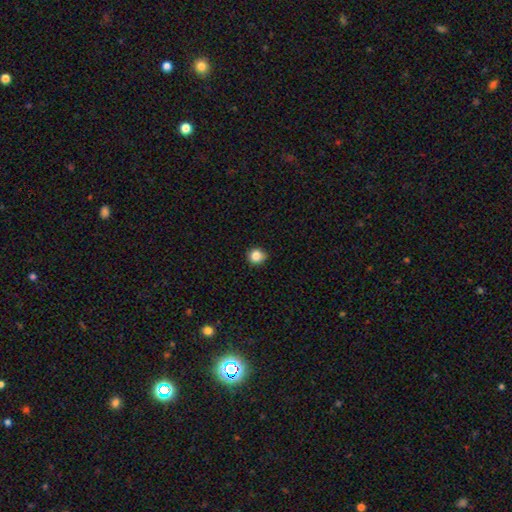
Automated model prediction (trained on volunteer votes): smooth 85%, star or artifact 11%, featured or disk 5%. Down the decision tree: how rounded — round (87%); merging — none (81%).